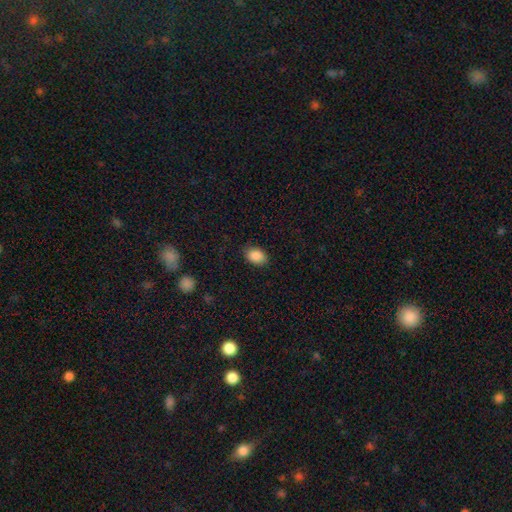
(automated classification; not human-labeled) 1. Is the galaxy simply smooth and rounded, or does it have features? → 88% smooth, 8% star or artifact, 4% featured or disk.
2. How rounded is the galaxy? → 78% in between, 20% round, 1% cigar-shaped.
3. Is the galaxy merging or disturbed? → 84% none, 12% minor disturbance, 3% major disturbance, 1% merger.